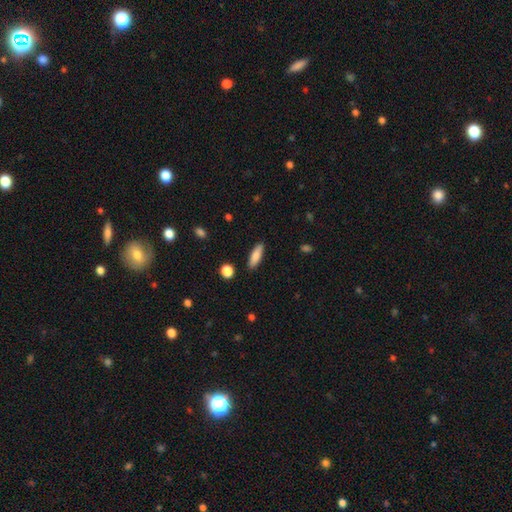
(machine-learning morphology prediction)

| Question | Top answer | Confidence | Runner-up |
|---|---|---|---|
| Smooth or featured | smooth | 81% | featured or disk (13%) |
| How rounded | cigar-shaped | 55% | in between (43%) |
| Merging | none | 88% | minor disturbance (8%) |